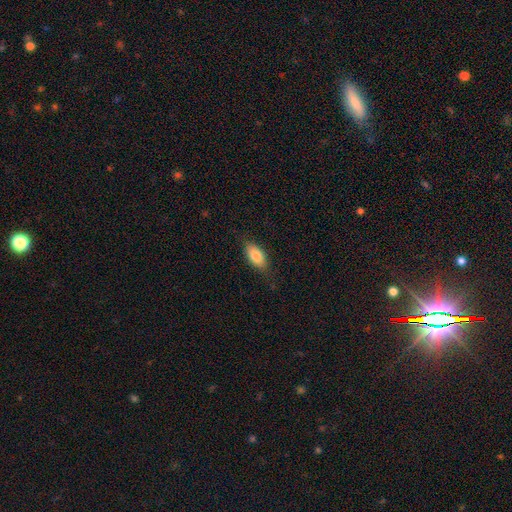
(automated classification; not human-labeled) smooth_or_featured: smooth (p=0.85) [alt: featured or disk p=0.09]
how_rounded: in between (p=0.89) [alt: cigar-shaped p=0.08]
merging: none (p=0.80) [alt: minor disturbance p=0.16]